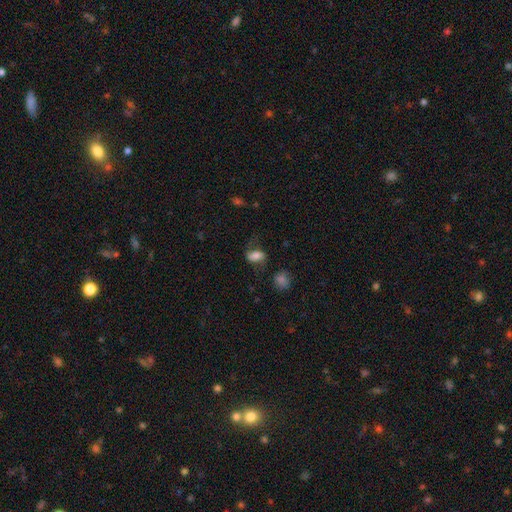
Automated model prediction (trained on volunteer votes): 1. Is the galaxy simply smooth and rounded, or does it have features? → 57% smooth, 33% featured or disk, 10% star or artifact.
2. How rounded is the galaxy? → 81% in between, 14% round, 4% cigar-shaped.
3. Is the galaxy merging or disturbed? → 59% none, 22% minor disturbance, 16% major disturbance, 3% merger.